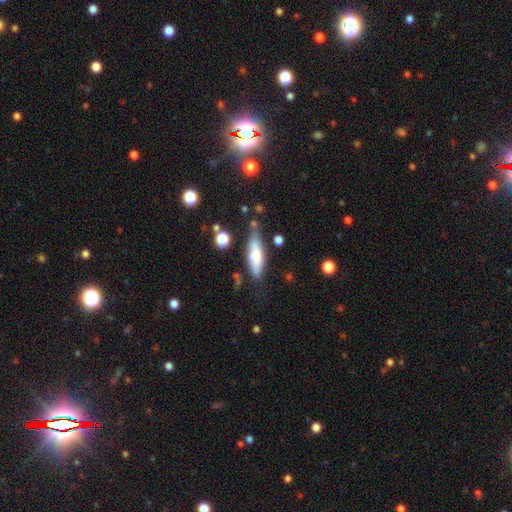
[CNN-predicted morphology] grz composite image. It shows a smooth galaxy with no disk features (67%) that is cigar-shaped (52%). Merging: none (66%).